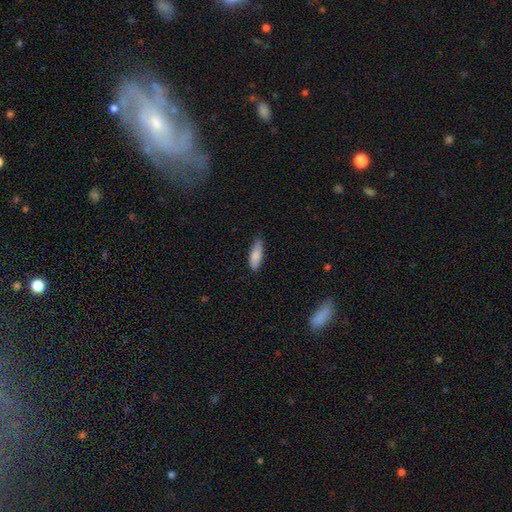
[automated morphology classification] Smooth or featured: smooth — 83% (featured or disk — 11%)
How rounded: in between — 52% (cigar-shaped — 46%)
Merging: none — 80% (minor disturbance — 16%)